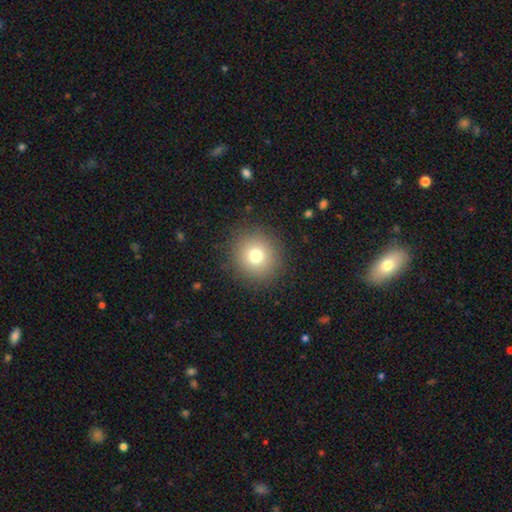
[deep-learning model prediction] Overall: smooth (76%). How rounded: round (91%). Merging: none (90%).